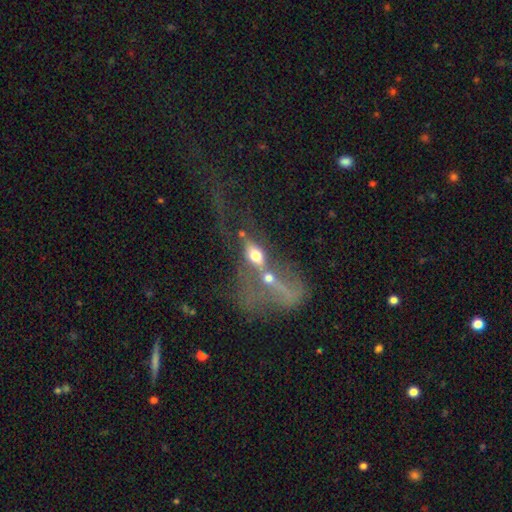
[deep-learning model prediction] smooth-or-featured: featured or disk: 48% | smooth: 38% | star or artifact: 14%
  merging: merger: 62% | major disturbance: 18% | none: 13% | minor disturbance: 8%